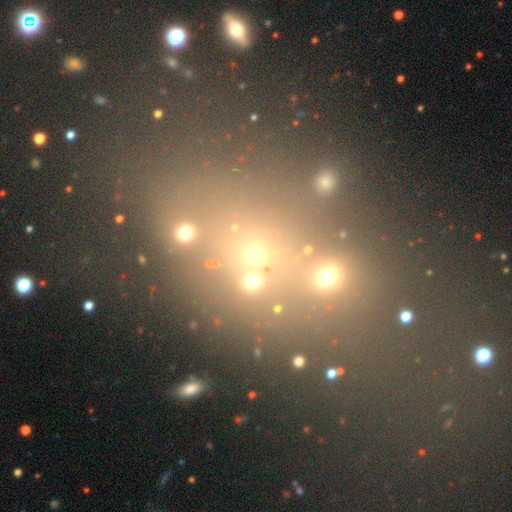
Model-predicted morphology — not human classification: A star or artifact, not a galaxy (47%).

Vote fractions:
- Smooth or featured? star or artifact: 47% / smooth: 30% / featured or disk: 23%